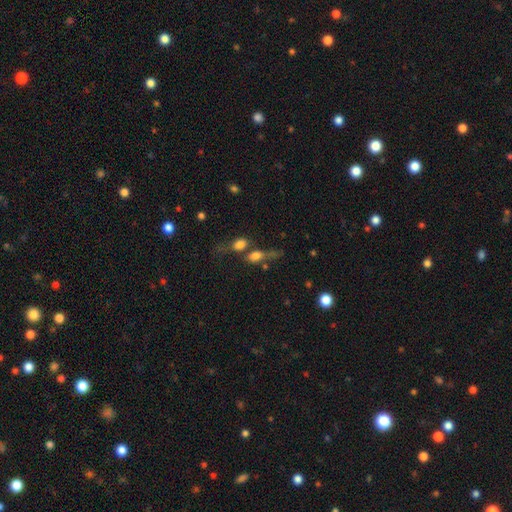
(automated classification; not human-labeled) smooth-or-featured: smooth: 68% | featured or disk: 19% | star or artifact: 14%
  how-rounded: in between: 72% | round: 17% | cigar-shaped: 11%
  merging: merger: 41% | none: 29% | major disturbance: 16% | minor disturbance: 14%